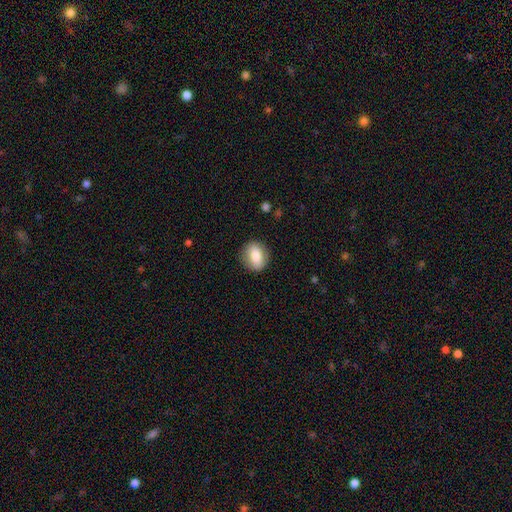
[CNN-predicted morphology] Q: Smooth or featured?
A: smooth (75%); runner-up: featured or disk (17%)
Q: How rounded?
A: round (54%); runner-up: in between (45%)
Q: Merging?
A: none (85%); runner-up: minor disturbance (11%)